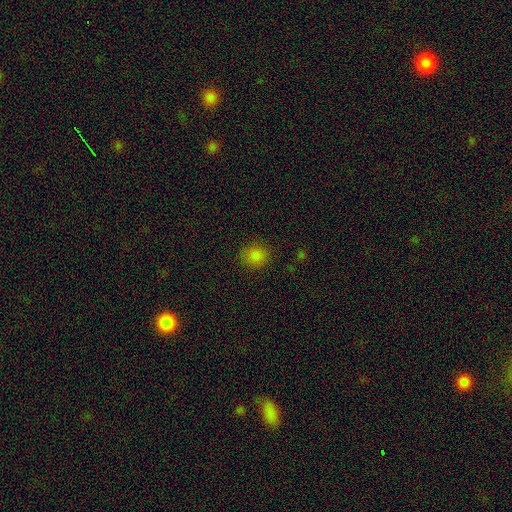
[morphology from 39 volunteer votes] type=smooth (85%); roundness=round (76%); merging=none (89%).